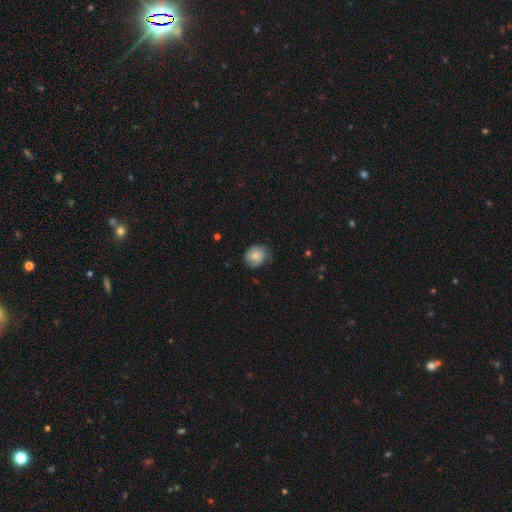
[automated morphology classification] Smooth or featured? smooth (61%)
How rounded? round (65%)
Merging? none (62%)